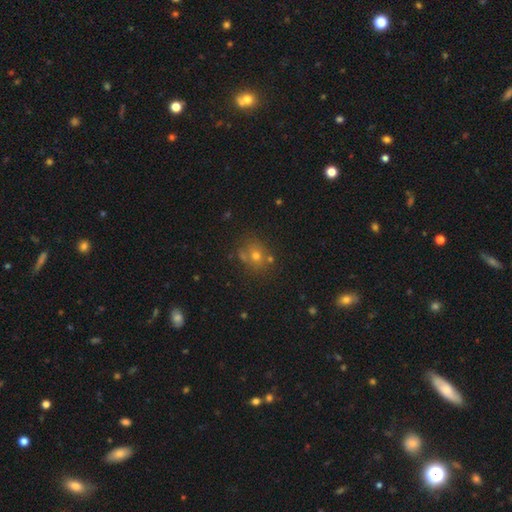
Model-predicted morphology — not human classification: The model was most divided on "smooth or featured": smooth: 62%, star or artifact: 24%, featured or disk: 14%. More confident: how rounded — round (77%); merging — none (69%).